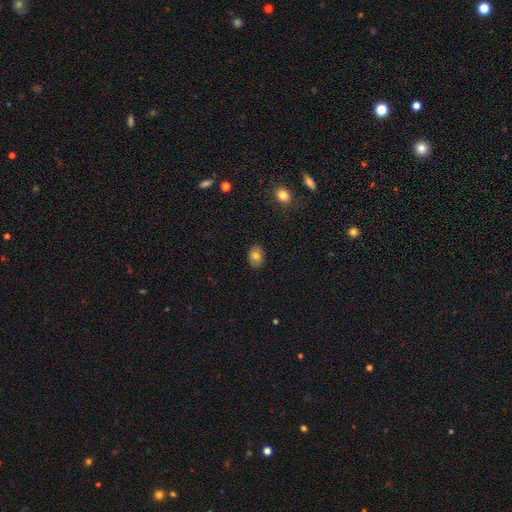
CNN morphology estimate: Smooth or featured?
  - smooth: 80% *
  - featured or disk: 10%
  - star or artifact: 10%
How rounded?
  - in between: 73% *
  - round: 26%
  - cigar-shaped: 1%
Merging?
  - none: 87% *
  - minor disturbance: 10%
  - major disturbance: 2%
  - merger: 1%